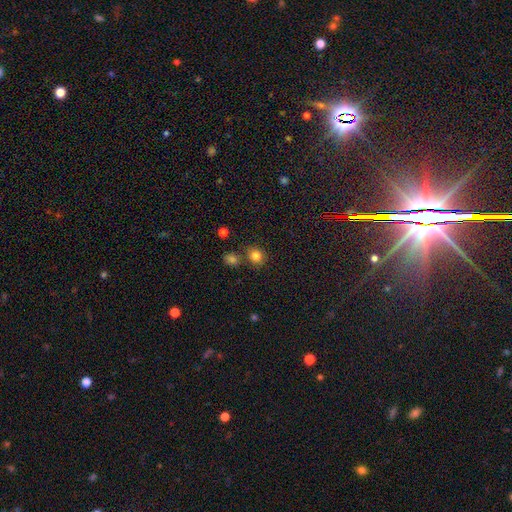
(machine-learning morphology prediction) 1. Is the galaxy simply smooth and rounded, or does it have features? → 81% smooth, 13% star or artifact, 5% featured or disk.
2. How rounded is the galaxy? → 81% round, 18% in between, 1% cigar-shaped.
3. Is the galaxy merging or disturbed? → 75% none, 13% merger, 10% minor disturbance, 3% major disturbance.